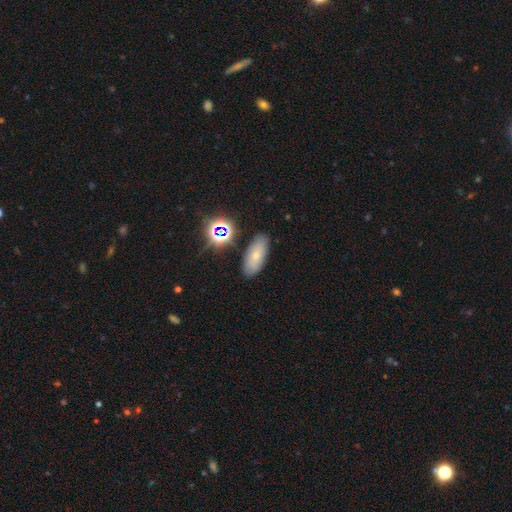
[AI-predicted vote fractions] The model was most divided on "smooth or featured": smooth: 66%, featured or disk: 20%, star or artifact: 15%. More confident: merging — none (84%); how rounded — in between (84%).